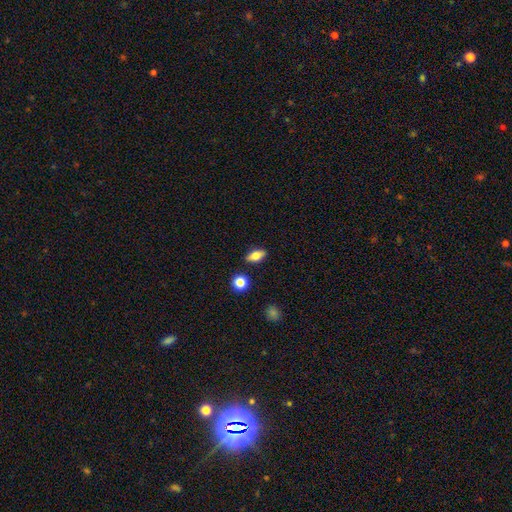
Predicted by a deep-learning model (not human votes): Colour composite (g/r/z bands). It shows a smooth galaxy with no disk features (71%) that is in between round and cigar-shaped (80%). Merging: none (86%).